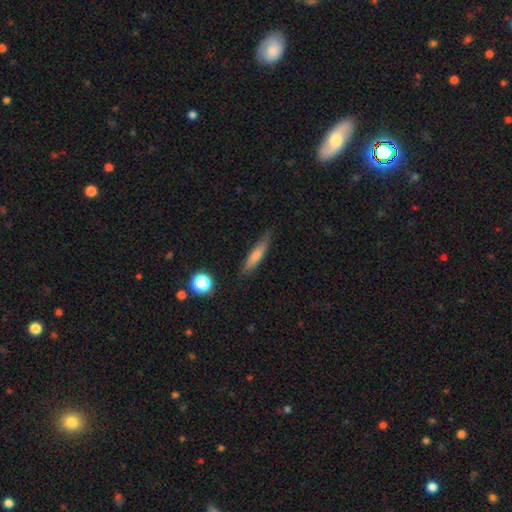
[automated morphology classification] This appears to be a smooth galaxy with no disk features (67%) that is cigar-shaped (85%). Merging: none (83%).